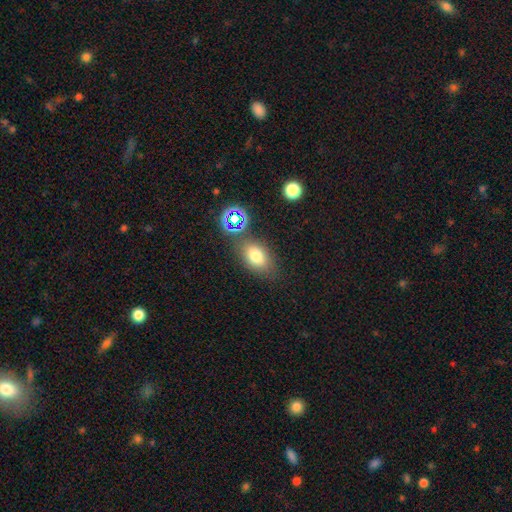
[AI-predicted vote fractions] Overall: smooth (73%). How rounded: in between (79%). Merging: none (72%).